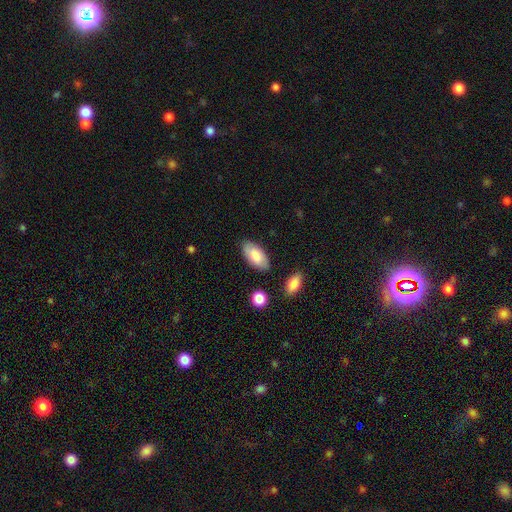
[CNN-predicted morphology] Smooth or featured? smooth (79%)
How rounded? in between (94%)
Merging? none (82%)